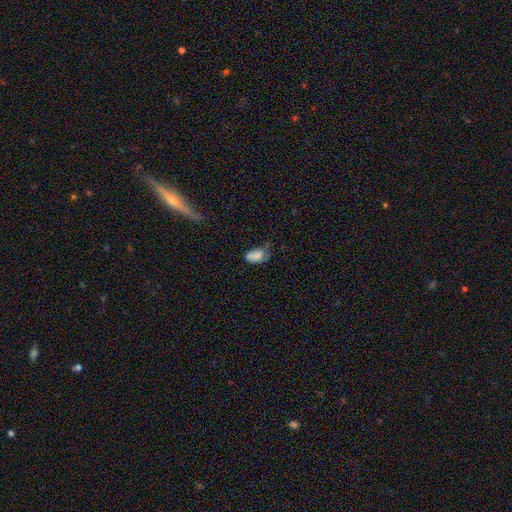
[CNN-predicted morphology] smooth_or_featured: smooth (p=0.77) [alt: featured or disk p=0.13]
how_rounded: in between (p=0.90) [alt: round p=0.08]
merging: minor disturbance (p=0.36) [alt: none p=0.31]